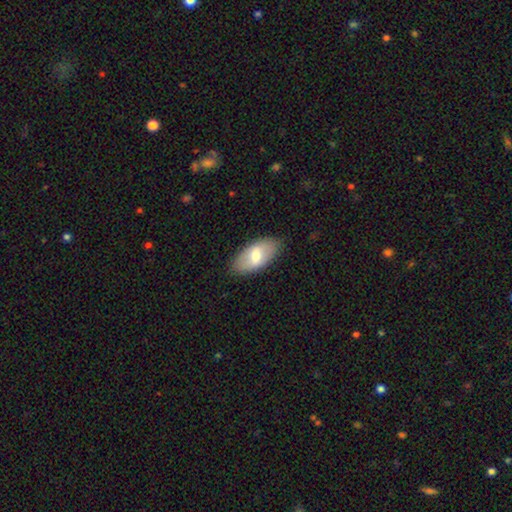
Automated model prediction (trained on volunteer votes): Morphology: type=smooth (65%); roundness=in between (93%); merging=none (84%).